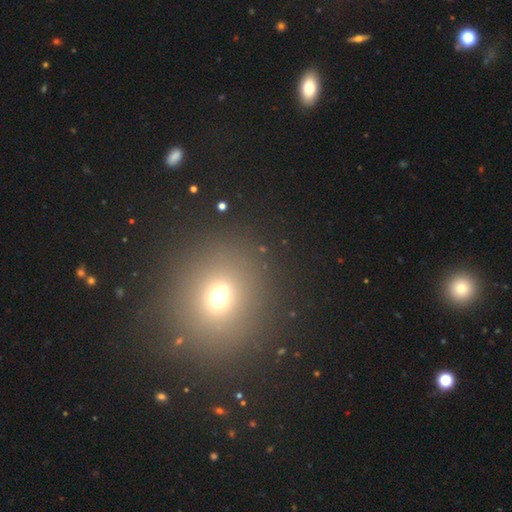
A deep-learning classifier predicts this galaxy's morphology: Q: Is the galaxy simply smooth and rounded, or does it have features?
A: smooth — 61%.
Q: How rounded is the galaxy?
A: round — 81%.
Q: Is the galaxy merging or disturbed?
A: none — 88%.